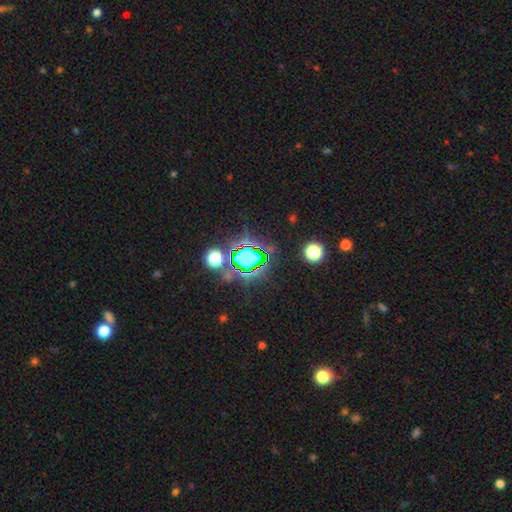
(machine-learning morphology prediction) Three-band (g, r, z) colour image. It shows a star or artifact, not a galaxy (80%).